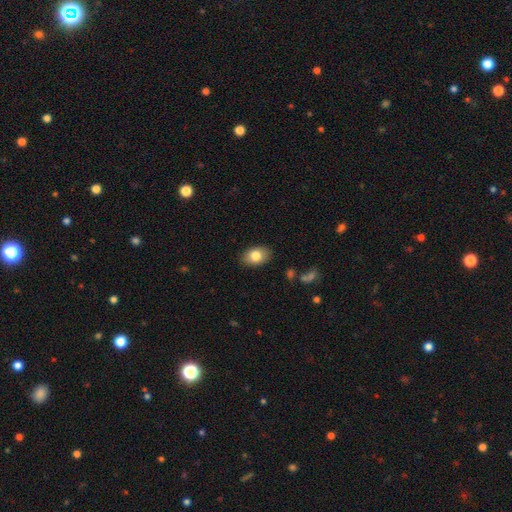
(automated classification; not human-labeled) The model was most divided on "how rounded": in between: 83%, round: 16%, cigar-shaped: 1%. More confident: merging — none (87%); smooth or featured — smooth (82%).